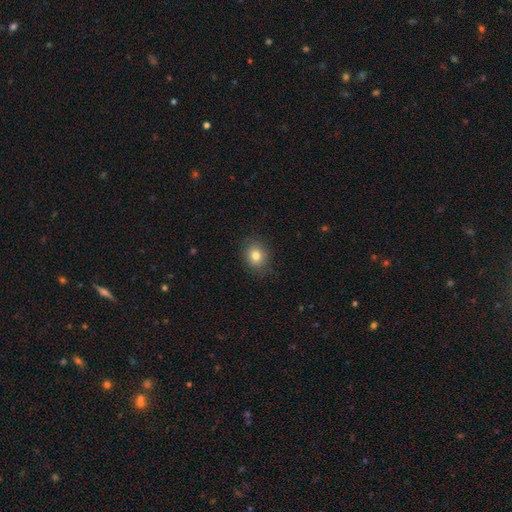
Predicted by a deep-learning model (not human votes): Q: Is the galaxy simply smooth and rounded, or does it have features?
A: smooth — 80%.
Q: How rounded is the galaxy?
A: round — 60%.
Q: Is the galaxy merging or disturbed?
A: none — 85%.